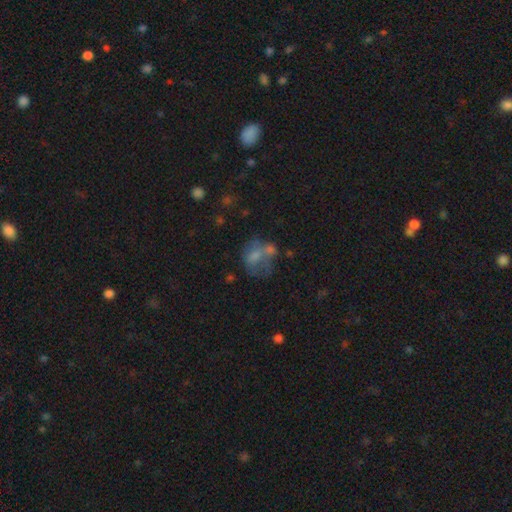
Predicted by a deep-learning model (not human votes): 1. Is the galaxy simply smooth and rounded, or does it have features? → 56% smooth, 31% featured or disk, 13% star or artifact.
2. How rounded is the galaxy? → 57% in between, 41% round, 1% cigar-shaped.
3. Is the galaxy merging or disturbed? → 34% merger, 26% major disturbance, 24% none, 17% minor disturbance.